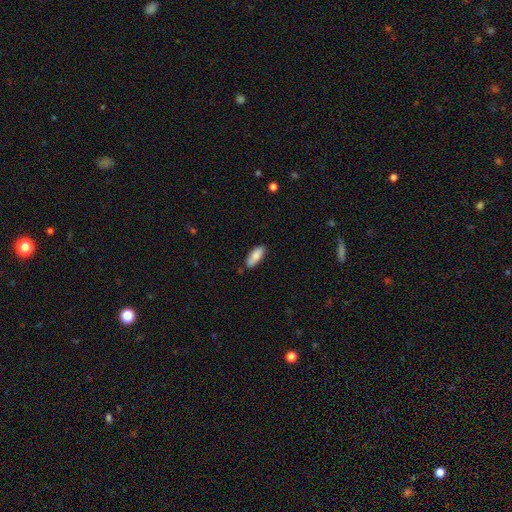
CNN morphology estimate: Q: Smooth or featured?
A: smooth (86%); runner-up: featured or disk (8%)
Q: How rounded?
A: in between (80%); runner-up: cigar-shaped (19%)
Q: Merging?
A: none (79%); runner-up: minor disturbance (16%)